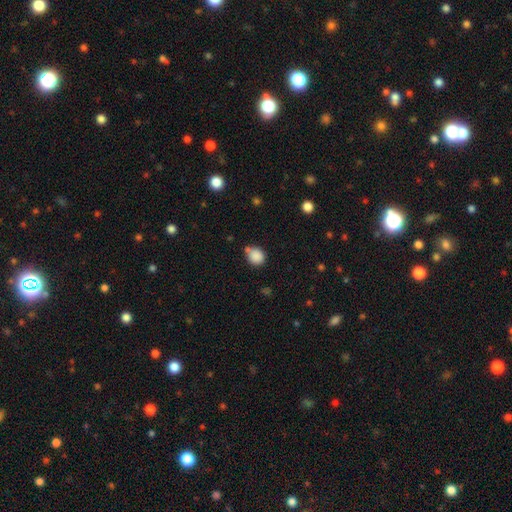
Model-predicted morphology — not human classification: Overall: smooth (86%). How rounded: round (72%). Merging: none (62%).